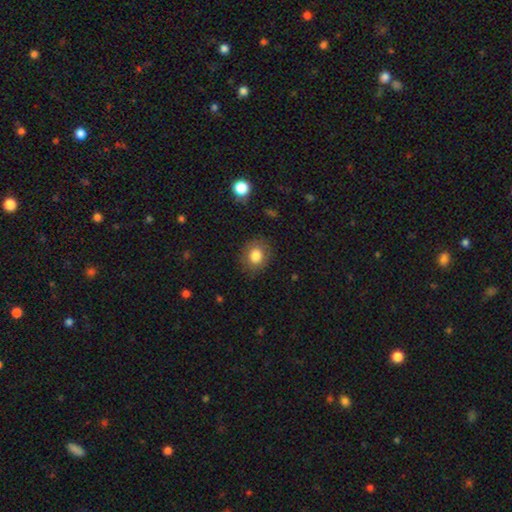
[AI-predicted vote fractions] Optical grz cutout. It shows a smooth galaxy with no disk features (82%) that is round (73%). Merging: none (82%).